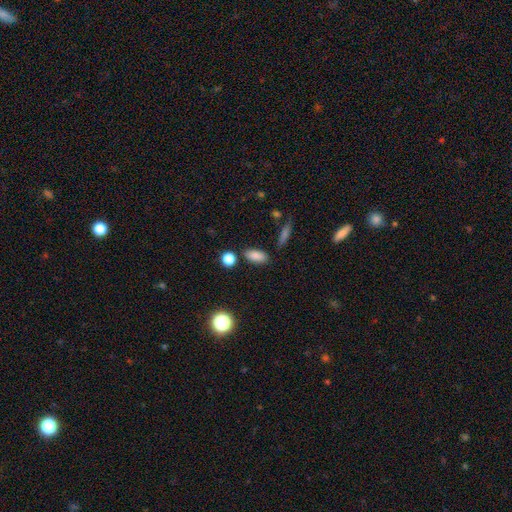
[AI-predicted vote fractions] Morphology: type=smooth (85%); roundness=in between (83%); merging=none (80%).